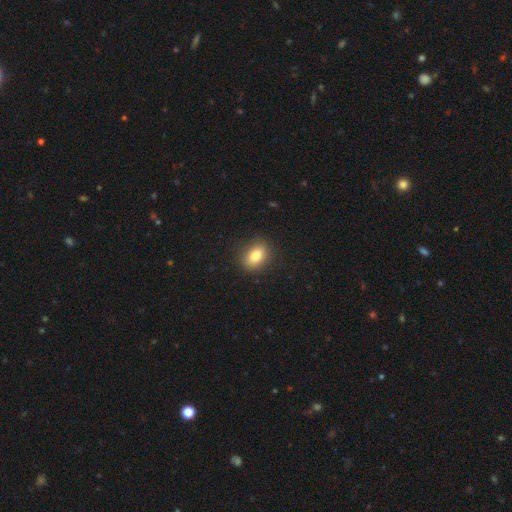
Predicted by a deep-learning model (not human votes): Smooth or featured? Predicted: smooth (p=0.82). How rounded? Predicted: in between (p=0.74). Merging? Predicted: none (p=0.86).